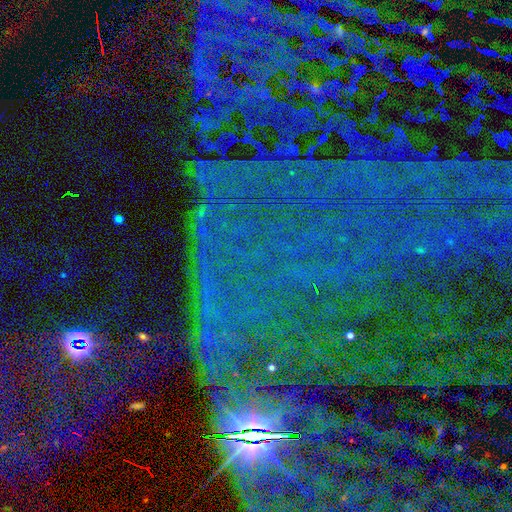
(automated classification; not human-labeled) smooth-or-featured: star or artifact: 87% | featured or disk: 7% | smooth: 6%